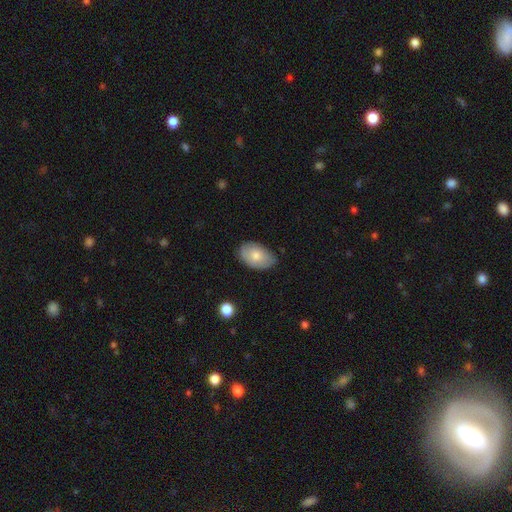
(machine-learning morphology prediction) A smooth galaxy with no disk features (75%) that is in between round and cigar-shaped (91%). Merging: none (75%).